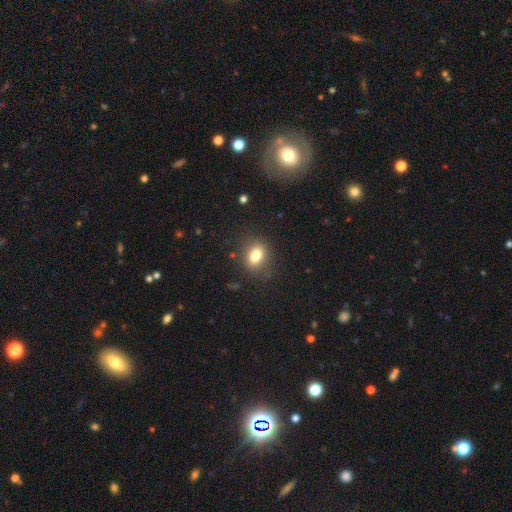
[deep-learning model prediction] Morphology: type=smooth (79%); roundness=in between (61%); merging=none (84%).